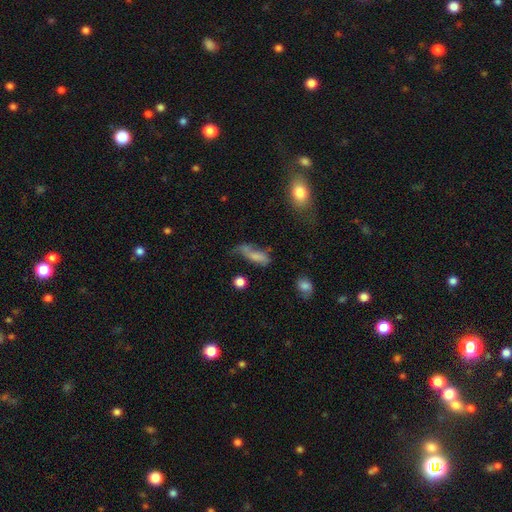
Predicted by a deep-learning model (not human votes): smooth-or-featured: smooth: 56% | featured or disk: 33% | star or artifact: 12%
  how-rounded: in between: 60% | cigar-shaped: 35% | round: 5%
  merging: none: 31% (tied) | major disturbance: 31% (tied) | minor disturbance: 29% | merger: 10%